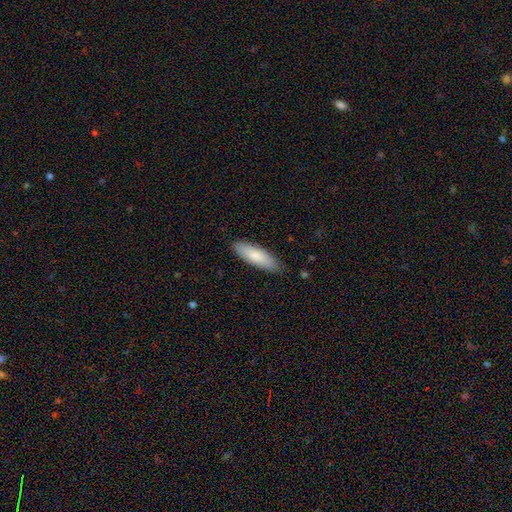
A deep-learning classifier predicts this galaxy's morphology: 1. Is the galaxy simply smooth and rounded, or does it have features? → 80% smooth, 14% featured or disk, 5% star or artifact.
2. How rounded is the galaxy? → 50% in between, 49% cigar-shaped, 2% round.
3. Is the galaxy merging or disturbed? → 84% none, 12% minor disturbance, 2% major disturbance, 1% merger.